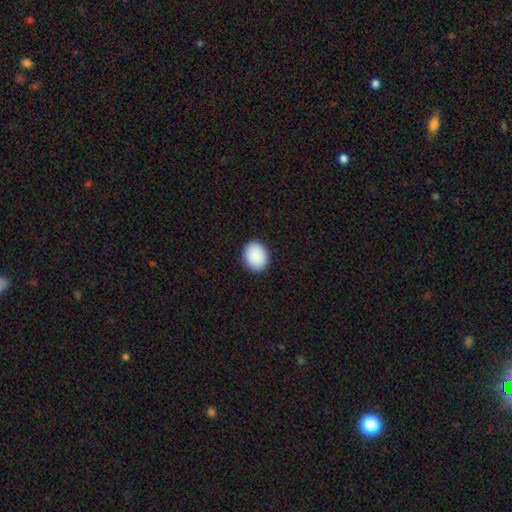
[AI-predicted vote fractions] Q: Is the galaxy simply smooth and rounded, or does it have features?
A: smooth — 91%.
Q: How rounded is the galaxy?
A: round — 50%.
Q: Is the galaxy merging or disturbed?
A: none — 91%.